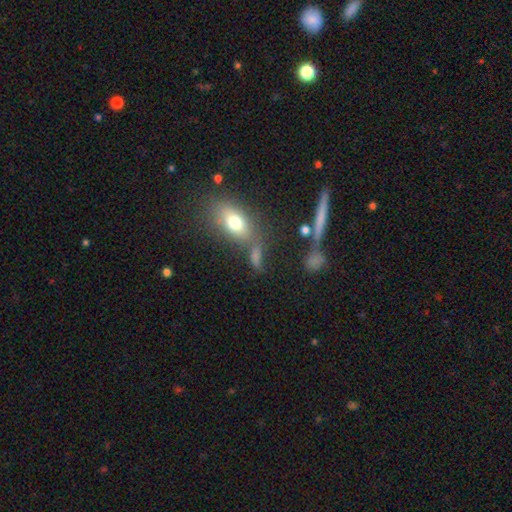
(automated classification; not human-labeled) This is likely a smooth galaxy (64%). How rounded: likely in between (62%). Merging: possibly none (57%).